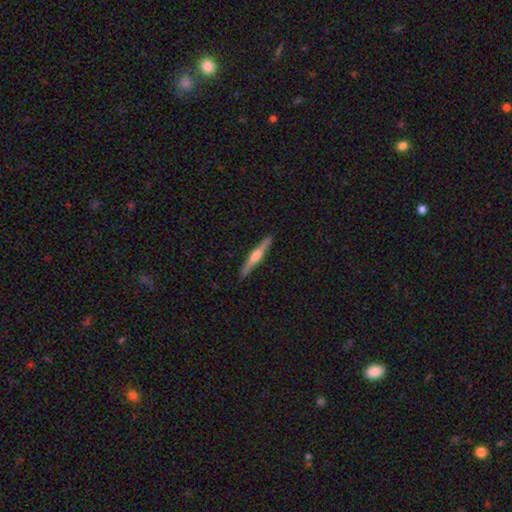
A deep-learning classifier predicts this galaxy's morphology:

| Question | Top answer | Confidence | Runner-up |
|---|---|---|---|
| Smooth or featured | featured or disk | 67% | smooth (28%) |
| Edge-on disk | yes | 98% | no (2%) |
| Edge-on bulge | rounded | 83% | boxy (10%) |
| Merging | none | 91% | minor disturbance (6%) |